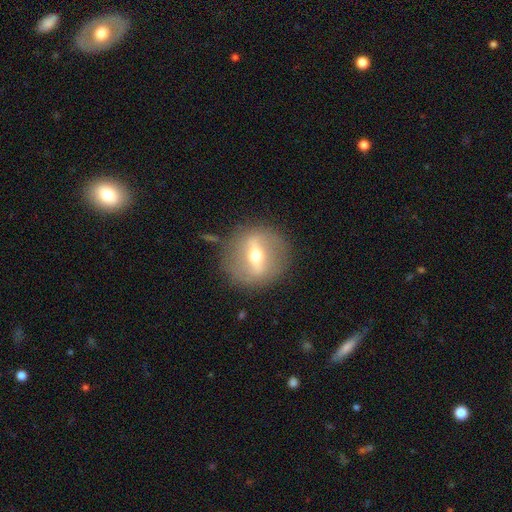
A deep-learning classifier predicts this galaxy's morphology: A featured or disk galaxy (68%).

Vote fractions:
- Smooth or featured? featured or disk: 68% / smooth: 24% / star or artifact: 8%
- Edge-on disk? no: 68% / yes: 32%
- Merging? none: 84% / minor disturbance: 10% / major disturbance: 4% / merger: 2%